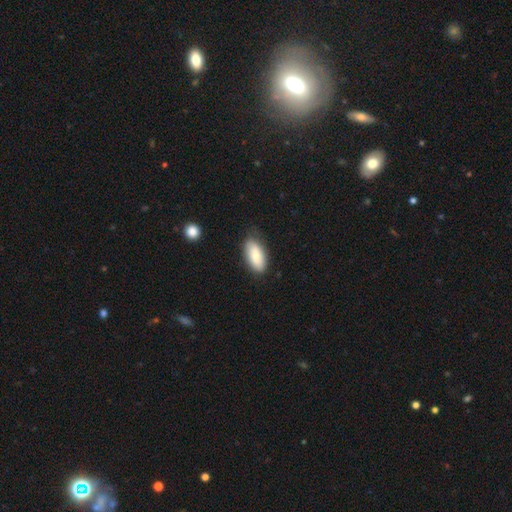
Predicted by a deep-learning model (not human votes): Smooth or featured?
  - smooth: 81% *
  - featured or disk: 13%
  - star or artifact: 6%
How rounded?
  - in between: 91% *
  - cigar-shaped: 7%
  - round: 2%
Merging?
  - none: 77% *
  - minor disturbance: 18%
  - major disturbance: 3%
  - merger: 1%